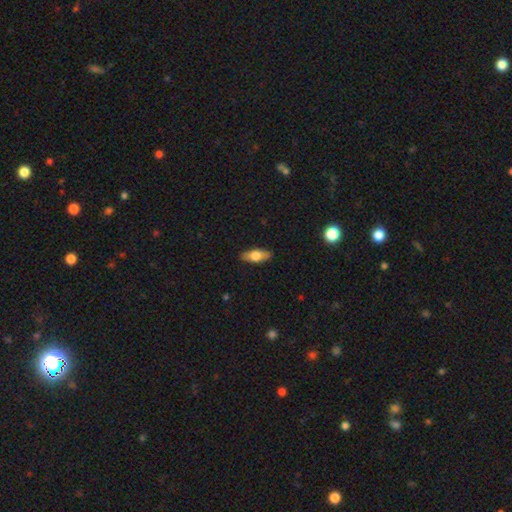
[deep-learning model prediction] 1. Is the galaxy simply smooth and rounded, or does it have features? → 63% smooth, 30% featured or disk, 6% star or artifact.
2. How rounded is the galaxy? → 71% in between, 26% cigar-shaped, 3% round.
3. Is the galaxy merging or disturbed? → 89% none, 8% minor disturbance, 2% major disturbance, 1% merger.